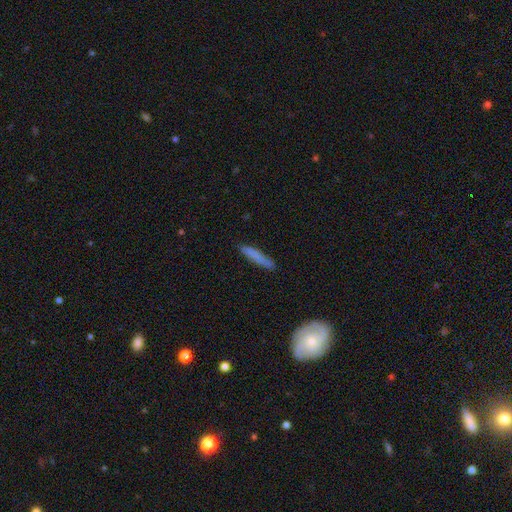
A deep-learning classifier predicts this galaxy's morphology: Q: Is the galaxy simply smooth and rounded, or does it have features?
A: smooth — 73%.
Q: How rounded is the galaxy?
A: cigar-shaped — 91%.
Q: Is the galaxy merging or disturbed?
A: none — 84%.